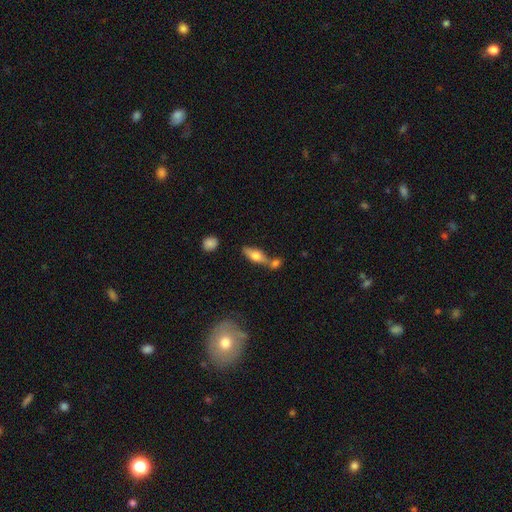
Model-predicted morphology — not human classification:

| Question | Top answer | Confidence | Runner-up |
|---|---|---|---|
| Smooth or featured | smooth | 61% | featured or disk (31%) |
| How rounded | in between | 65% | cigar-shaped (31%) |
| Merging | none | 49% | merger (34%) |